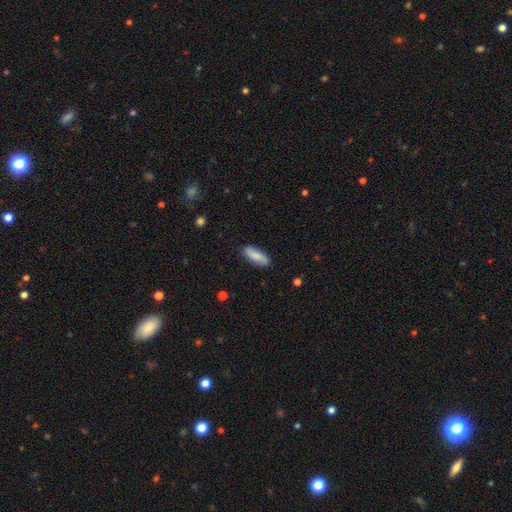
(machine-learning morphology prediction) A smooth galaxy with no disk features (76%) that is in between round and cigar-shaped (67%).

Vote fractions:
- Smooth or featured? smooth: 76% / featured or disk: 19% / star or artifact: 6%
- How rounded? in between: 67% / cigar-shaped: 31% / round: 2%
- Merging? none: 86% / minor disturbance: 11% / major disturbance: 2% / merger: 1%